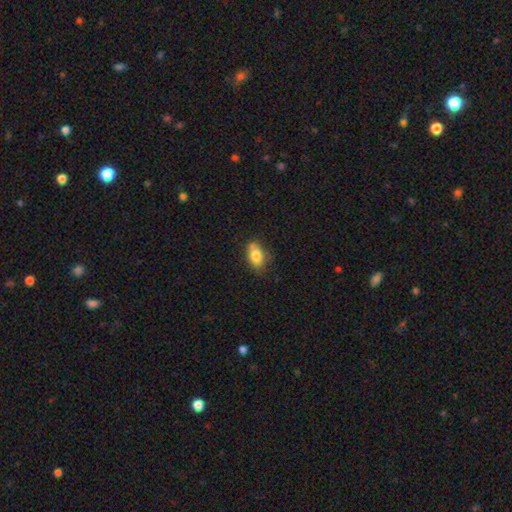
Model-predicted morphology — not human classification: Smooth or featured? Predicted: smooth (p=0.79). How rounded? Predicted: in between (p=0.81). Merging? Predicted: none (p=0.54).